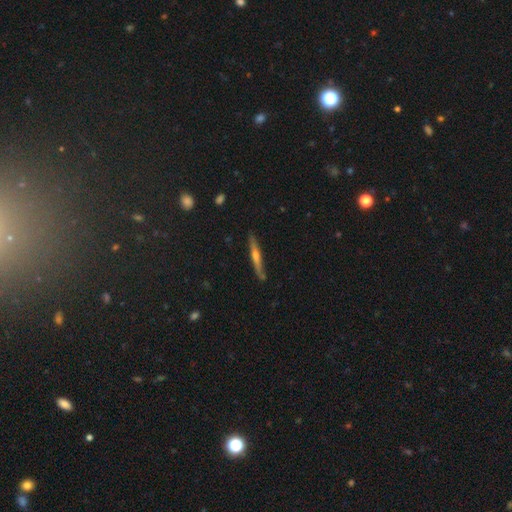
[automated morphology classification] Smooth or featured? featured or disk (68%)
Edge-on disk? yes (97%)
Edge-on bulge? rounded (80%)
Merging? none (86%)